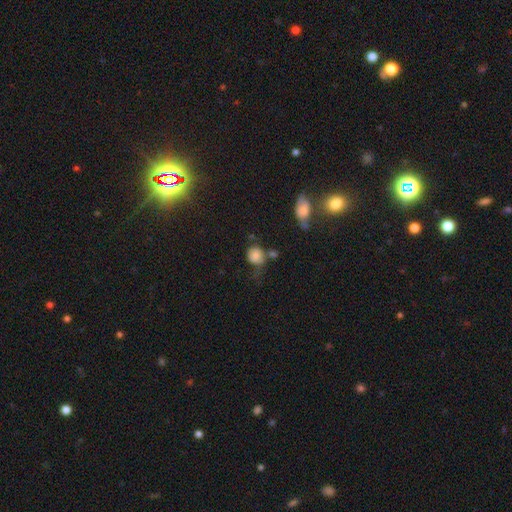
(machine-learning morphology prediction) Smooth or featured?
  - smooth: 79% *
  - star or artifact: 11%
  - featured or disk: 10%
How rounded?
  - round: 75% *
  - in between: 24%
  - cigar-shaped: 1%
Merging?
  - none: 47% *
  - minor disturbance: 26%
  - merger: 14%
  - major disturbance: 13%